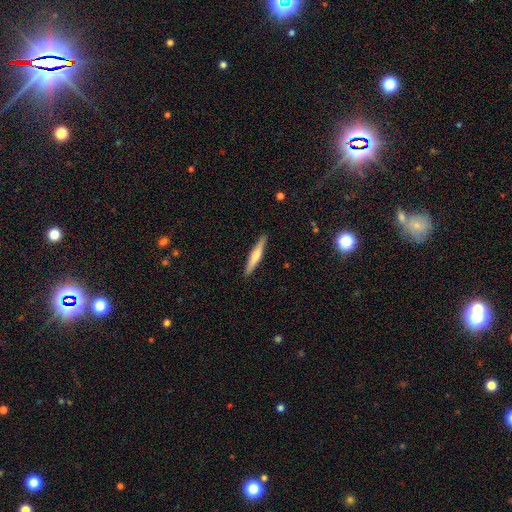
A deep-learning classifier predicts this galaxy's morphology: The model was most divided on "smooth or featured": featured or disk: 50%, smooth: 44%, star or artifact: 6%. More confident: merging — none (91%).